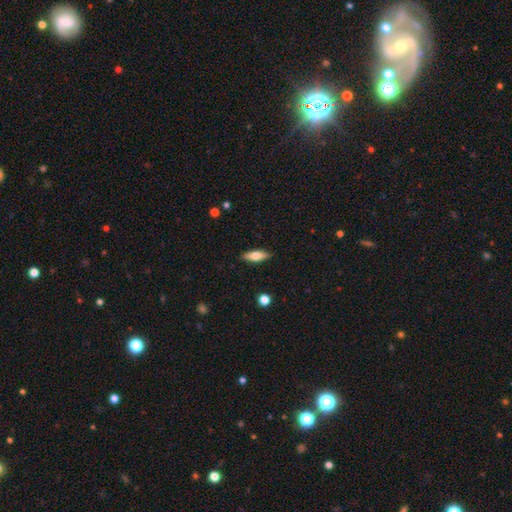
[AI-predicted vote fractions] smooth 68%, featured or disk 26%, star or artifact 6%. Down the decision tree: how rounded — in between (59%); merging — none (88%).